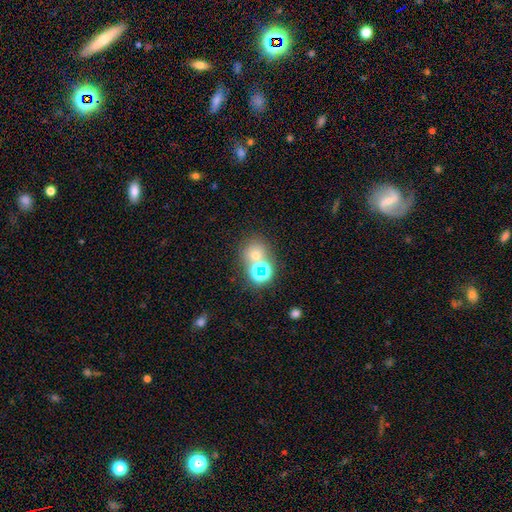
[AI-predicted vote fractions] This is possibly a smooth galaxy (56%). How rounded: likely round (80%). Merging: likely none (60%).